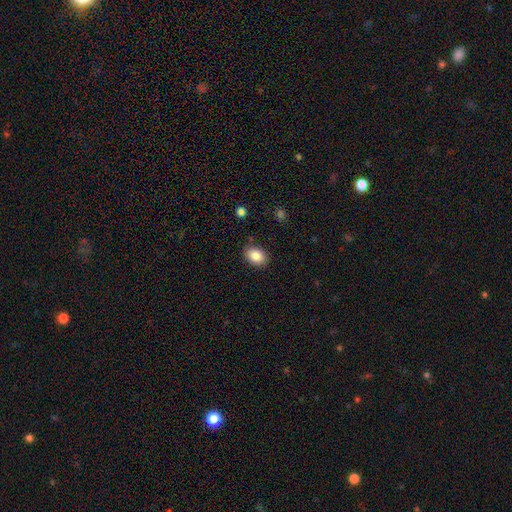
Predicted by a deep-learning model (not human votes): A smooth galaxy with no disk features (86%) that is in between round and cigar-shaped (78%).

Vote fractions:
- Smooth or featured? smooth: 86% / star or artifact: 8% / featured or disk: 6%
- How rounded? in between: 78% / round: 21% / cigar-shaped: 1%
- Merging? none: 86% / minor disturbance: 10% / major disturbance: 2% / merger: 2%